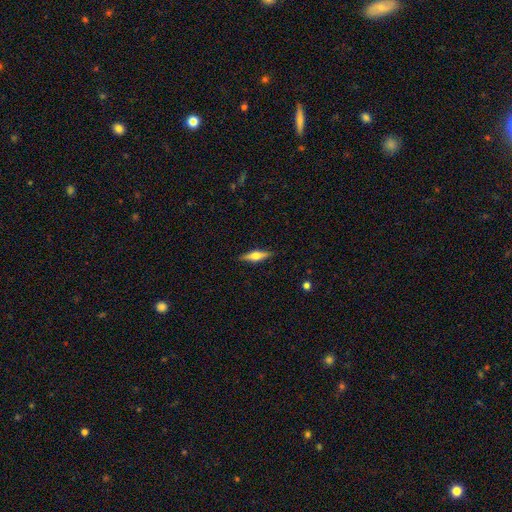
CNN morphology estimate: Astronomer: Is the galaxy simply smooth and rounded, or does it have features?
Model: featured or disk — 50% (runner-up: smooth, 44%).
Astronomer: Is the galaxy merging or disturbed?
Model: none — 88%.